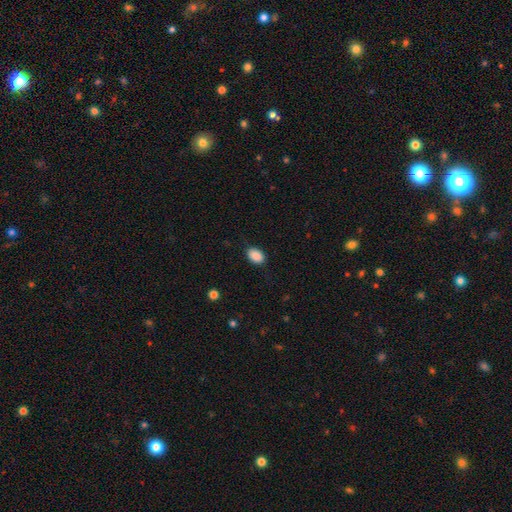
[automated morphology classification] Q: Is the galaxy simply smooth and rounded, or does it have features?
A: smooth — 90%.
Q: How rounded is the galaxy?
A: in between — 85%.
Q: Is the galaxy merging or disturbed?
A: none — 86%.